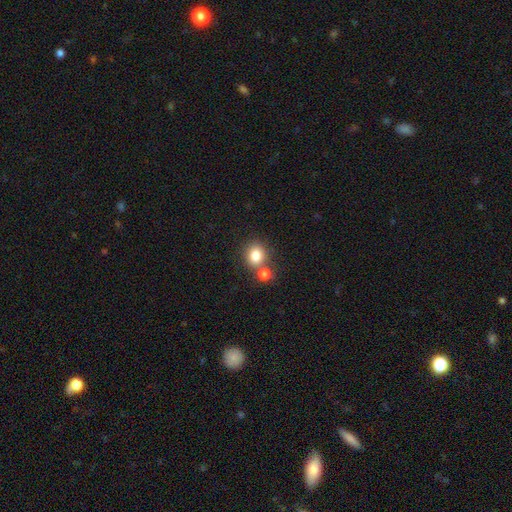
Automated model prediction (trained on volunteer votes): Smooth or featured? Predicted: smooth (p=0.82). How rounded? Predicted: round (p=0.76). Merging? Predicted: none (p=0.56).